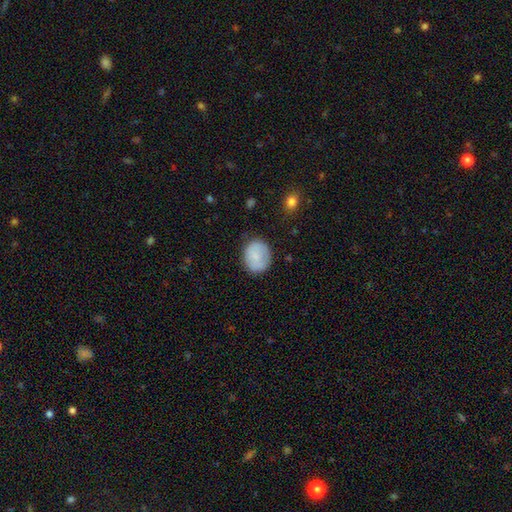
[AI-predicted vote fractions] The model was most divided on "how rounded": round: 62%, in between: 37%, cigar-shaped: 1%. More confident: smooth or featured — smooth (80%); merging — none (77%).